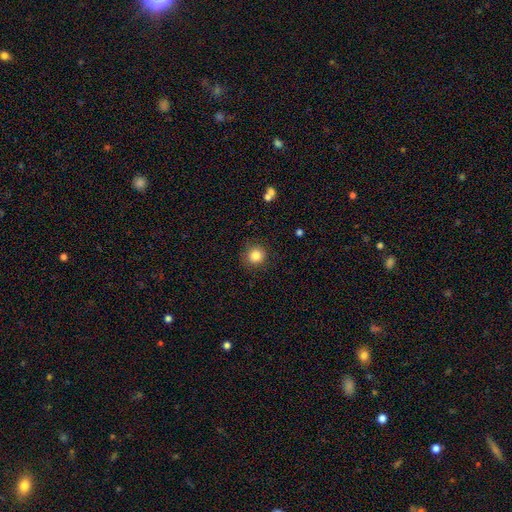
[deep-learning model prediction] A smooth galaxy with no disk features (84%) that is round (92%). Merging: none (87%).